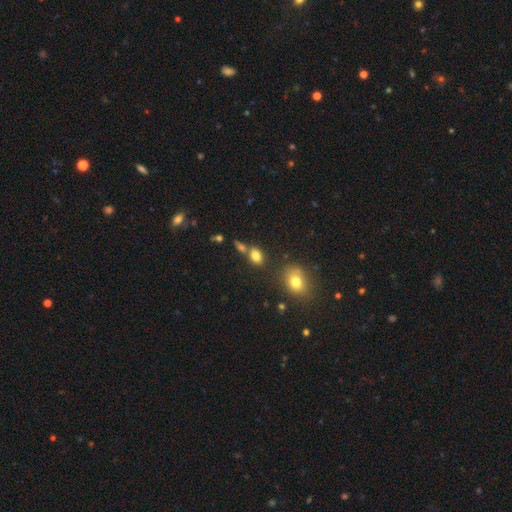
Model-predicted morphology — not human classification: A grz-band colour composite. It shows a smooth galaxy with no disk features (80%) that is in between round and cigar-shaped (77%). Merging: none (55%).